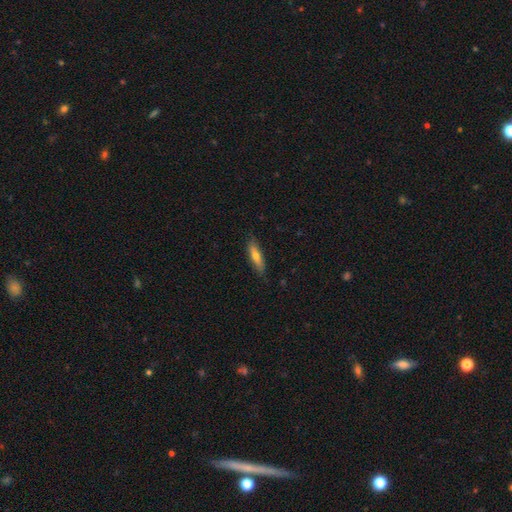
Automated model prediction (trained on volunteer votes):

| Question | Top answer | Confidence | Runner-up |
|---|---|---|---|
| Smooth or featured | smooth | 61% | featured or disk (33%) |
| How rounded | cigar-shaped | 74% | in between (24%) |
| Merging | none | 83% | minor disturbance (14%) |